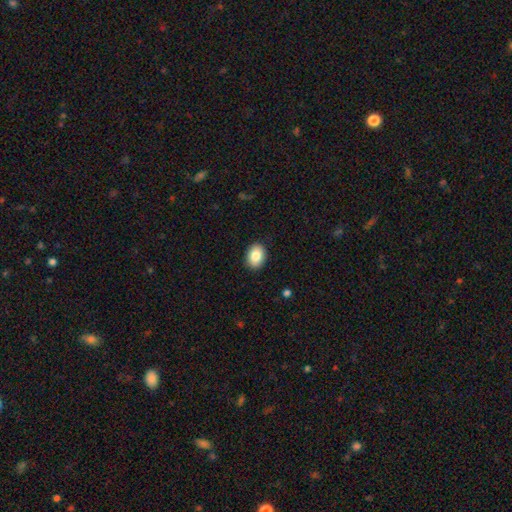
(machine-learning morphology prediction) type=smooth (86%); roundness=in between (70%); merging=none (90%).